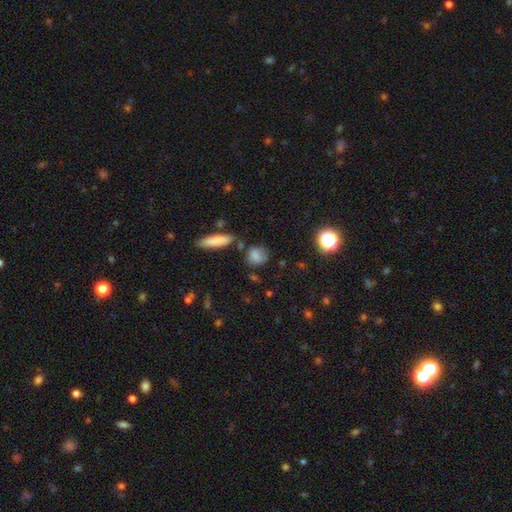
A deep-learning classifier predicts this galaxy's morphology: The model was most divided on "how rounded": round: 56%, in between: 39%, cigar-shaped: 5%. More confident: smooth or featured — smooth (74%); merging — none (65%).